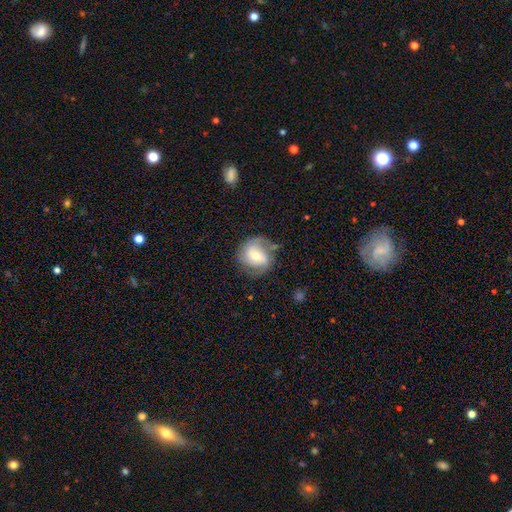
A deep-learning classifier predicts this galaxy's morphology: Smooth or featured? Predicted: featured or disk (p=0.59). Edge-on disk? Predicted: no (p=0.96). Bar? Predicted: weak (p=0.46). Spiral arms? Predicted: yes (p=0.83). Bulge size? Predicted: moderate (p=0.64). Merging? Predicted: none (p=0.65).